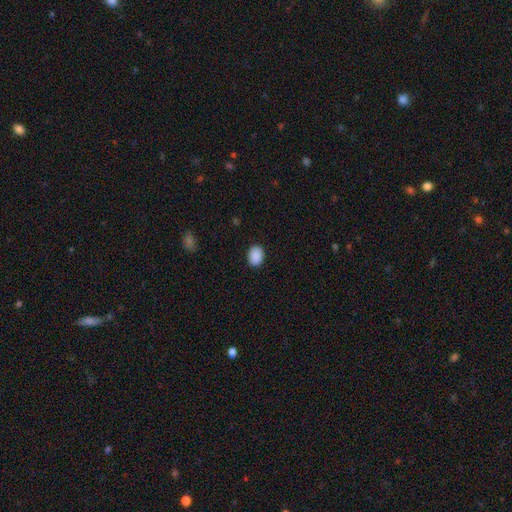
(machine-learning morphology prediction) smooth 90%, star or artifact 8%, featured or disk 2%. Down the decision tree: how rounded — in between (71%); merging — none (89%).